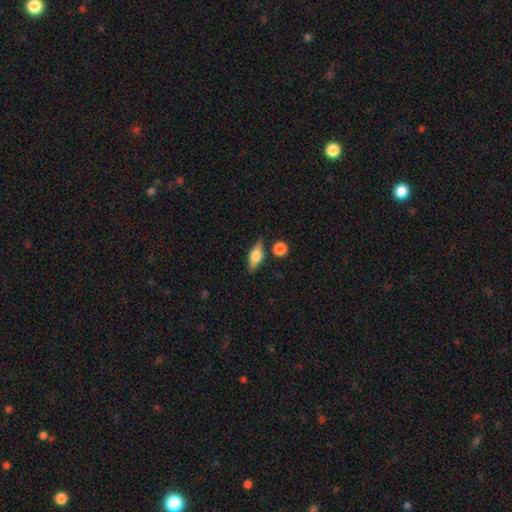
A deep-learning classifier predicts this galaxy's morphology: type=smooth (47%); merging=none (78%).